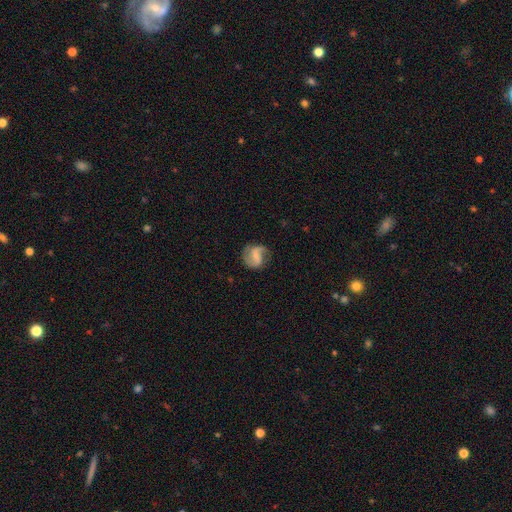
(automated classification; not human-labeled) Q: Smooth or featured?
A: featured or disk (72%); runner-up: smooth (21%)
Q: Edge-on disk?
A: no (98%); runner-up: yes (2%)
Q: Bar?
A: weak (48%); runner-up: no (28%)
Q: Spiral arms?
A: yes (92%); runner-up: no (8%)
Q: Spiral winding?
A: medium (44%); runner-up: loose (39%)
Q: Spiral arm count?
A: 2 (83%); runner-up: 1 (7%)
Q: Bulge size?
A: small (52%); runner-up: moderate (25%)
Q: Merging?
A: none (70%); runner-up: minor disturbance (19%)